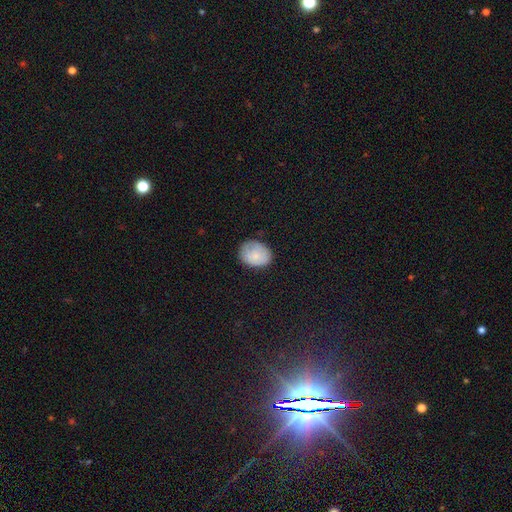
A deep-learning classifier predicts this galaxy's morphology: This is likely a smooth galaxy (79%). How rounded: possibly in between (56%). Merging: likely none (76%).